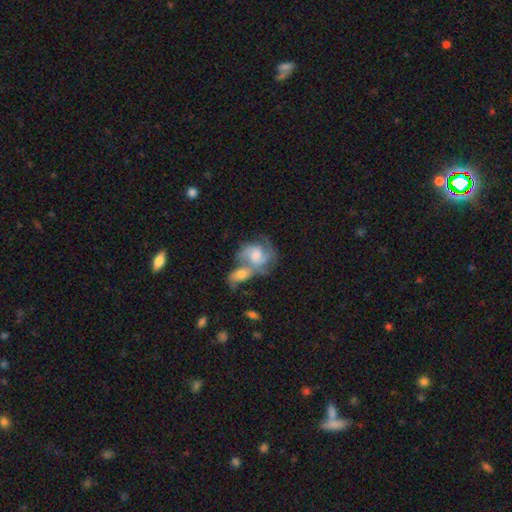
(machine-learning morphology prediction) A featured or disk galaxy (69%) with no bar (65%), 2 (50%) medium (49%) spiral arms (89%) and a moderate central bulge (51%).

Vote fractions:
- Smooth or featured? featured or disk: 69% / smooth: 24% / star or artifact: 7%
- Edge-on disk? no: 97% / yes: 3%
- Bar? no: 65% / weak: 30% / strong: 6%
- Spiral arms? yes: 89% / no: 11%
- Spiral winding? medium: 49% / tight: 32% / loose: 19%
- Spiral arm count? 2: 50% / can't tell: 19% / 3: 19% / 1: 5% / 4: 3% / more than 4: 3%
- Bulge size? moderate: 51% / small: 22% / large: 18% / none: 8% / dominant: 2%
- Merging? merger: 58% / none: 22% / minor disturbance: 10% / major disturbance: 9%